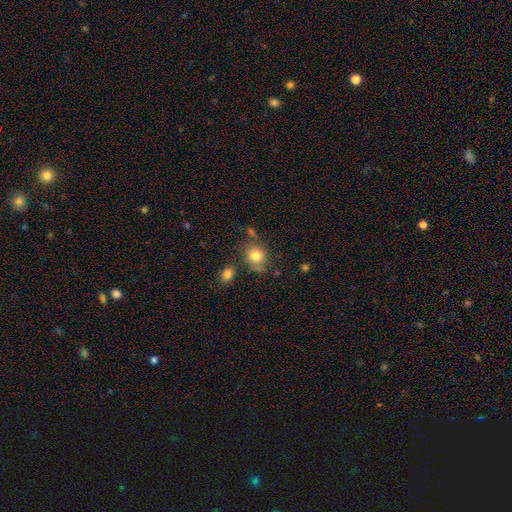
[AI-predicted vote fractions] This is clearly a smooth galaxy (81%). How rounded: likely round (71%). Merging: likely none (65%).